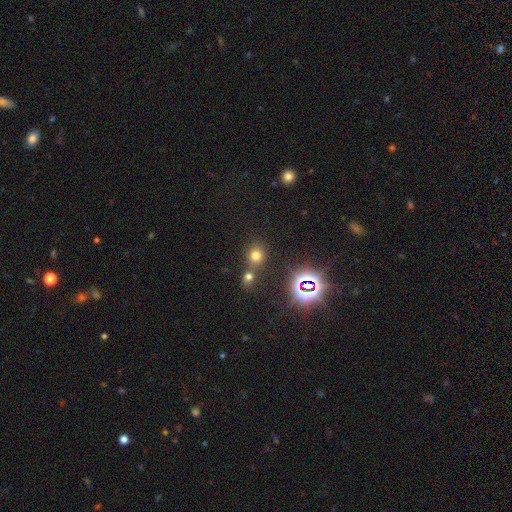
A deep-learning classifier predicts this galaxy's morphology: A smooth galaxy with no disk features (63%) that is round (79%). Merging: none (59%).